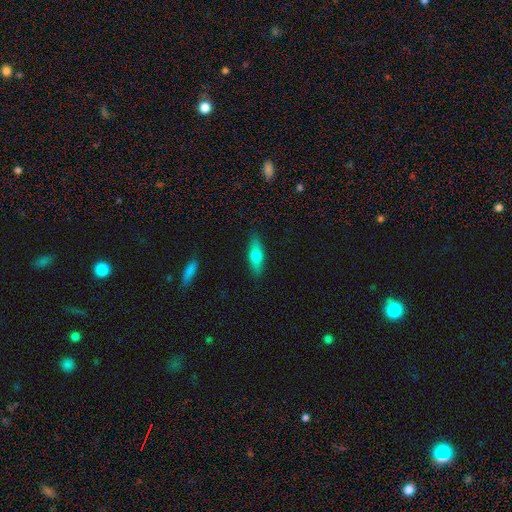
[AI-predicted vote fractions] A smooth galaxy with no disk features (68%) that is in between round and cigar-shaped (54%).

Vote fractions:
- Smooth or featured? smooth: 68% / featured or disk: 26% / star or artifact: 6%
- How rounded? in between: 54% / cigar-shaped: 44% / round: 3%
- Merging? none: 87% / minor disturbance: 10% / major disturbance: 2% / merger: 1%